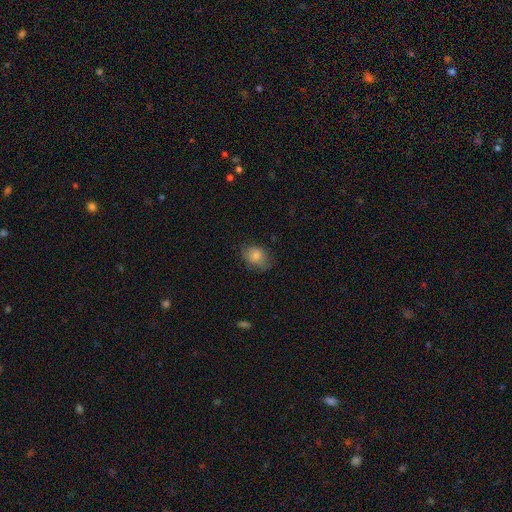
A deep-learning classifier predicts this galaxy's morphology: Smooth or featured? smooth (81%)
How rounded? in between (68%)
Merging? none (66%)